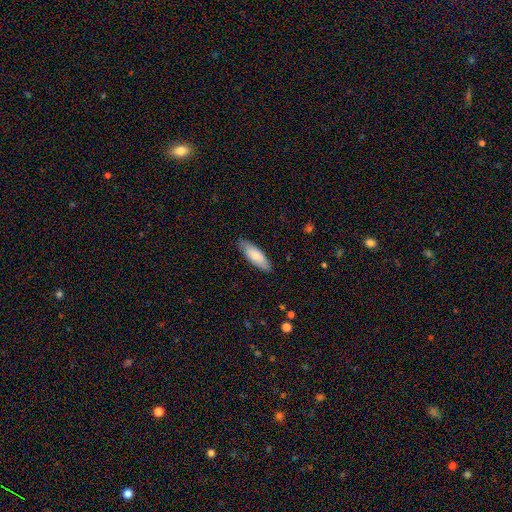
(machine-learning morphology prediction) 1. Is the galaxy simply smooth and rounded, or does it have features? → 80% smooth, 14% featured or disk, 5% star or artifact.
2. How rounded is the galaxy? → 60% in between, 39% cigar-shaped, 2% round.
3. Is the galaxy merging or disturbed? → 86% none, 11% minor disturbance, 2% major disturbance, 1% merger.